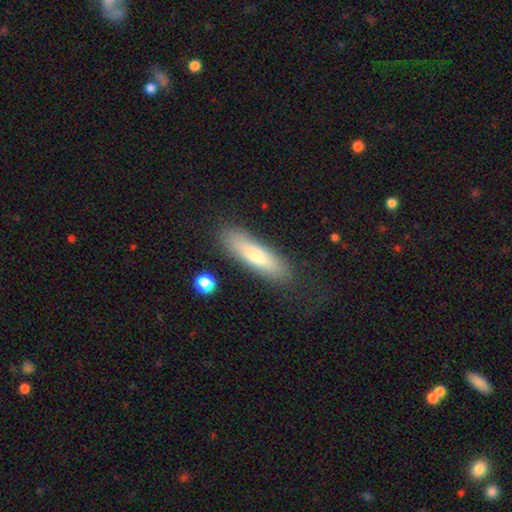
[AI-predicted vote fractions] Smooth or featured?
  - smooth: 73% *
  - featured or disk: 20%
  - star or artifact: 6%
How rounded?
  - cigar-shaped: 69% *
  - in between: 29%
  - round: 2%
Merging?
  - none: 83% *
  - minor disturbance: 11%
  - major disturbance: 3%
  - merger: 2%